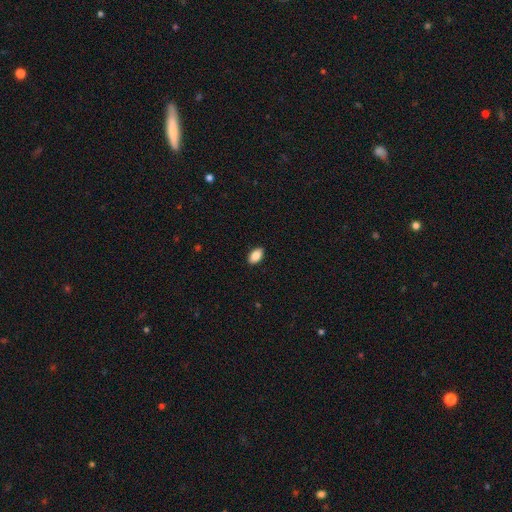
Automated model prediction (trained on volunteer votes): The model was most divided on "smooth or featured": smooth: 87%, star or artifact: 7%, featured or disk: 5%. More confident: how rounded — in between (94%); merging — none (90%).